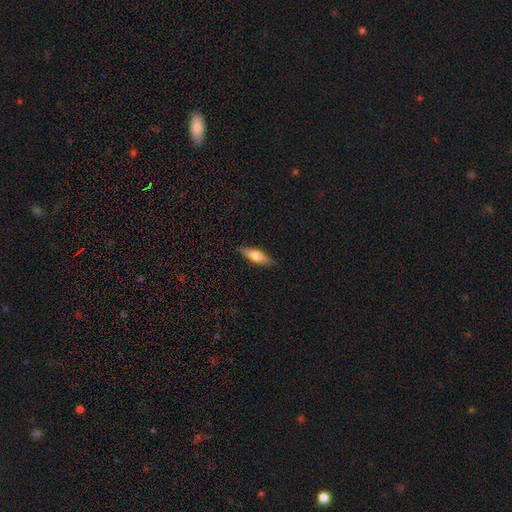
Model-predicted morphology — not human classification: A smooth galaxy with no disk features (56%) that is cigar-shaped (65%). Merging: none (88%).